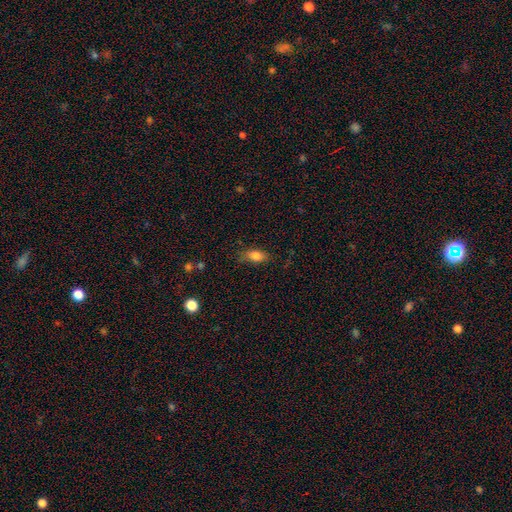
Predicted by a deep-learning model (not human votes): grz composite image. It shows a smooth galaxy with no disk features (80%) that is in between round and cigar-shaped (81%). Merging: none (75%).